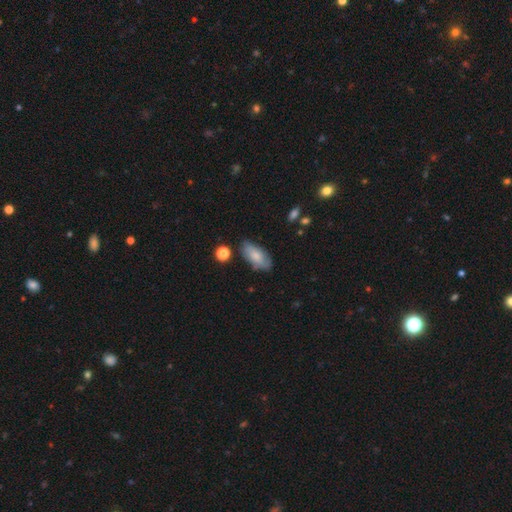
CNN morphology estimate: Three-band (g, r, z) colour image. It shows a smooth galaxy with no disk features (75%) that is in between round and cigar-shaped (90%). Merging: none (74%).